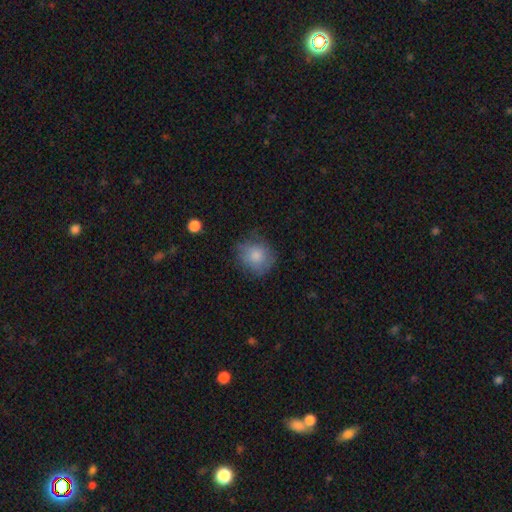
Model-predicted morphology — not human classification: Smooth or featured? Predicted: smooth (p=0.80). How rounded? Predicted: round (p=0.76). Merging? Predicted: none (p=0.66).